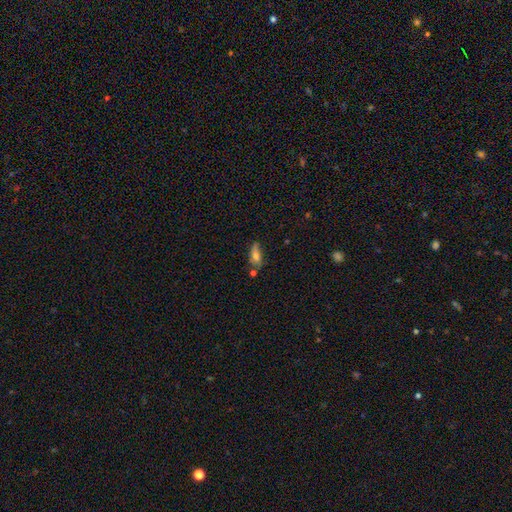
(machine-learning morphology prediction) Smooth or featured?
  - smooth: 64% *
  - featured or disk: 26%
  - star or artifact: 10%
How rounded?
  - in between: 67% *
  - cigar-shaped: 28%
  - round: 4%
Merging?
  - none: 52% *
  - minor disturbance: 26%
  - merger: 13%
  - major disturbance: 9%